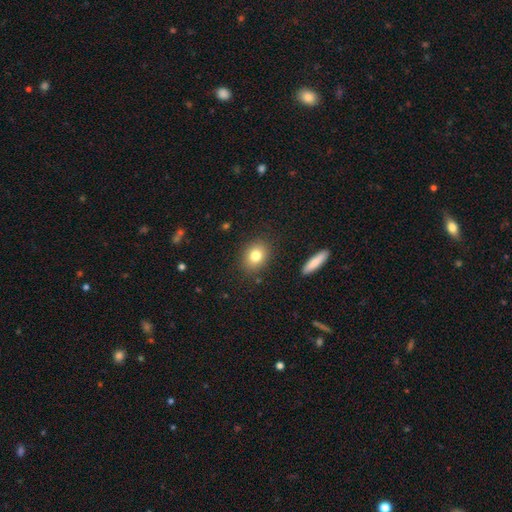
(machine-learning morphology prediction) smooth_or_featured: smooth (p=0.79) [alt: featured or disk p=0.10]
how_rounded: round (p=0.51) [alt: in between p=0.48]
merging: none (p=0.87) [alt: minor disturbance p=0.08]